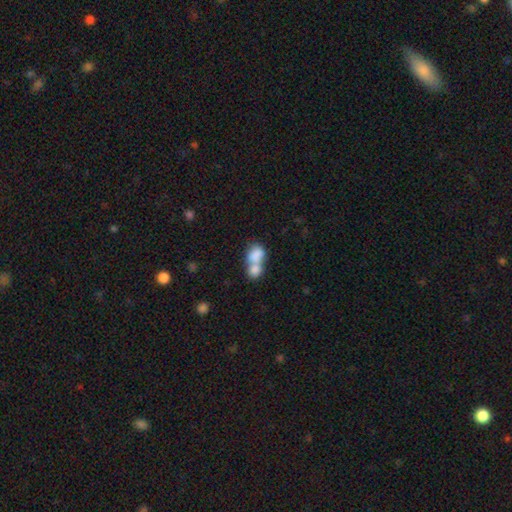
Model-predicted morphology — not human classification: This appears to be a smooth galaxy with no disk features (76%) that is in between round and cigar-shaped (66%). Merging: merger (75%).